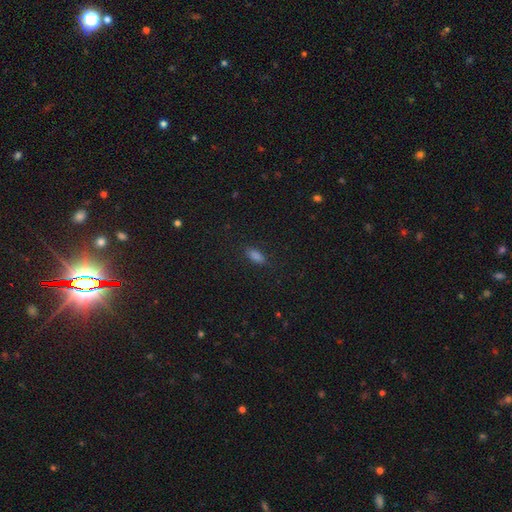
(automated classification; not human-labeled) Q: Smooth or featured?
A: smooth (79%); runner-up: star or artifact (15%)
Q: How rounded?
A: in between (79%); runner-up: cigar-shaped (17%)
Q: Merging?
A: none (84%); runner-up: minor disturbance (11%)